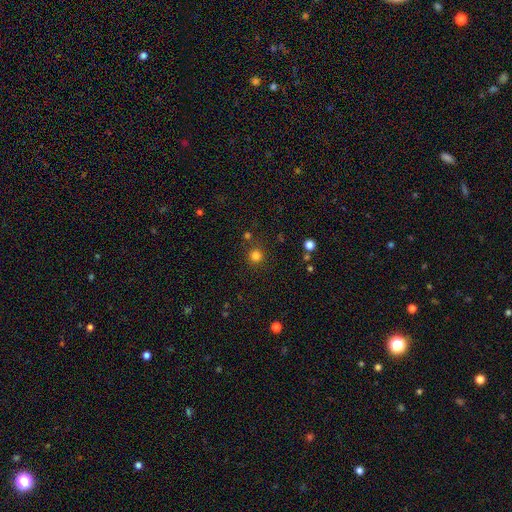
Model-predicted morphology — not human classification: Smooth or featured?
  - smooth: 80% *
  - star or artifact: 16%
  - featured or disk: 4%
How rounded?
  - round: 94% *
  - in between: 5%
  - cigar-shaped: 1%
Merging?
  - none: 85% *
  - minor disturbance: 7%
  - merger: 5%
  - major disturbance: 3%